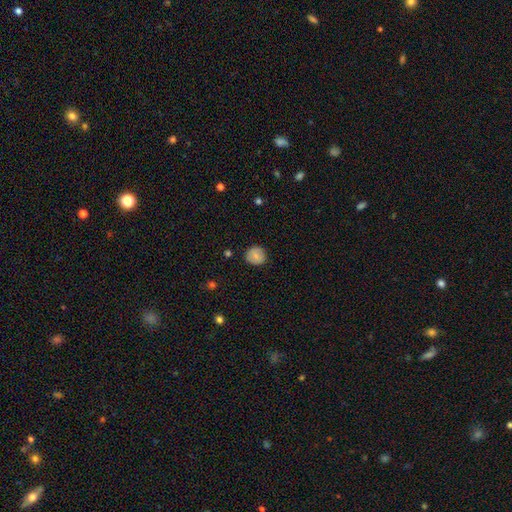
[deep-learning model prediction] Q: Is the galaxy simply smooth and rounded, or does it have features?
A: smooth — 78%.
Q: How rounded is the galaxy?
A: round — 88%.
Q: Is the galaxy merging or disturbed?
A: none — 83%.